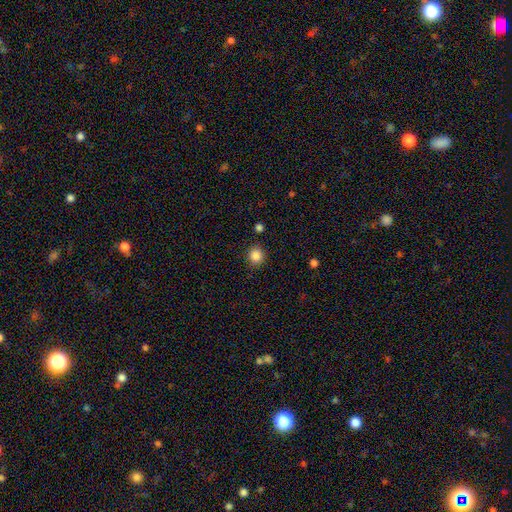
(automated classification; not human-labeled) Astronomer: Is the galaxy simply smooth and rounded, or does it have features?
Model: smooth — 86%.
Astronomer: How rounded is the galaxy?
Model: round — 88%.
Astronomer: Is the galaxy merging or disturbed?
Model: none — 88%.